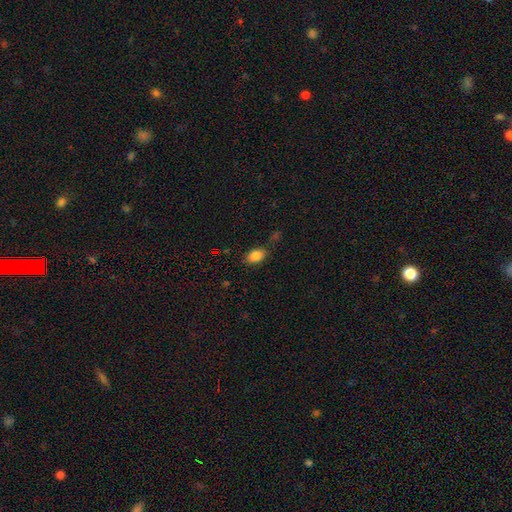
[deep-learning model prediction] A smooth galaxy with no disk features (84%) that is in between round and cigar-shaped (85%). Merging: none (73%).